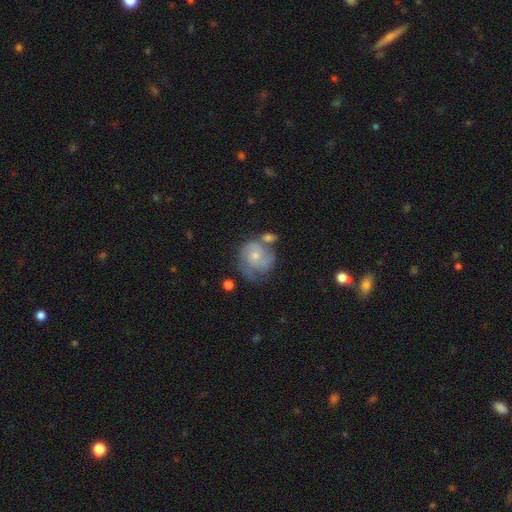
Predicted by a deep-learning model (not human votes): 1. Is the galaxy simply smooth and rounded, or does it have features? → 58% featured or disk, 35% smooth, 6% star or artifact.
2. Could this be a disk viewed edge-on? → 98% no, 2% yes.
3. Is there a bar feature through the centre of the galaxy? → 77% no, 20% weak, 3% strong.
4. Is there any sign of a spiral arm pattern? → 78% yes, 22% no.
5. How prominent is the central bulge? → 54% small, 41% moderate, 3% none, 2% large, 1% dominant.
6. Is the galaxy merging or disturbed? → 41% none, 26% minor disturbance, 17% merger, 16% major disturbance.